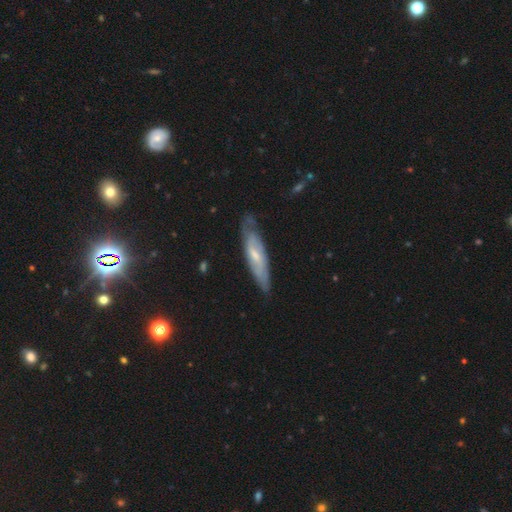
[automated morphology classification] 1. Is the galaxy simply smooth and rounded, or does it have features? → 64% featured or disk, 30% smooth, 6% star or artifact.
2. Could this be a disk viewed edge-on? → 60% no, 40% yes.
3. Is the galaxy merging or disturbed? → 69% none, 23% minor disturbance, 6% major disturbance, 2% merger.